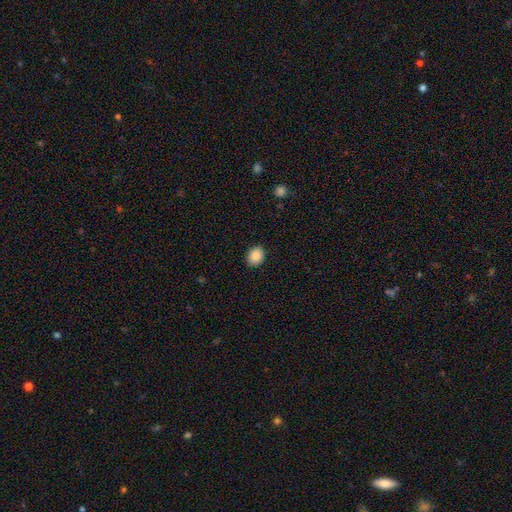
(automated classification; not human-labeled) Overall: smooth (88%). How rounded: round (55%; in between 44%). Merging: none (89%).